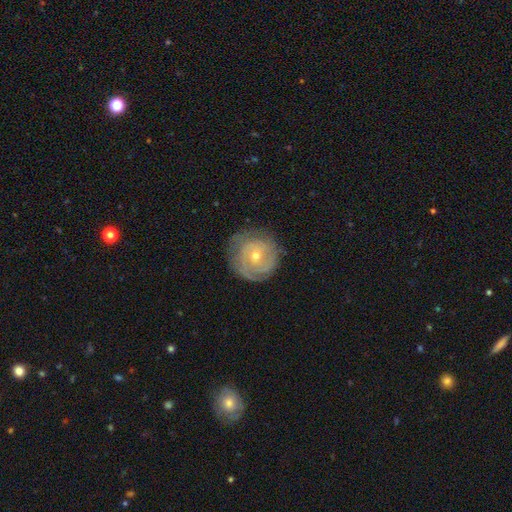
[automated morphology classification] smooth_or_featured: featured or disk (p=0.75) [alt: smooth p=0.19]
disk_edge_on: no (p=0.97) [alt: yes p=0.03]
bar: no (p=0.72) [alt: weak p=0.23]
has_spiral_arms: yes (p=0.88) [alt: no p=0.12]
spiral_winding: tight (p=0.74) [alt: medium p=0.20]
spiral_arm_count: can't tell (p=0.38) [alt: 2 p=0.28]
bulge_size: small (p=0.52) [alt: moderate p=0.45]
merging: none (p=0.77) [alt: minor disturbance p=0.17]